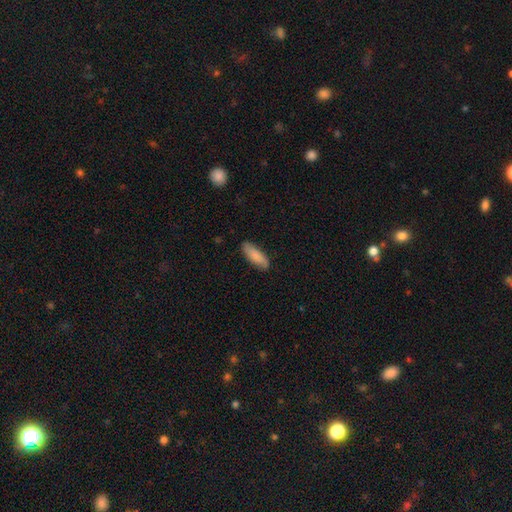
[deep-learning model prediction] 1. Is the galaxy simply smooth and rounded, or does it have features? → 81% smooth, 14% featured or disk, 6% star or artifact.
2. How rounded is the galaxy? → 69% in between, 29% cigar-shaped, 2% round.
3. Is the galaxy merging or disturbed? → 81% none, 15% minor disturbance, 3% major disturbance, 1% merger.